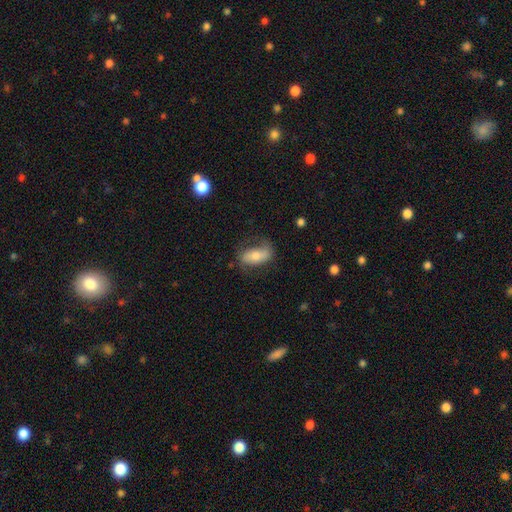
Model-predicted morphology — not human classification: A smooth galaxy with no disk features (50%) that is in between round and cigar-shaped (86%).

Vote fractions:
- Smooth or featured? smooth: 50% / featured or disk: 41% / star or artifact: 8%
- How rounded? in between: 86% / cigar-shaped: 9% / round: 6%
- Merging? none: 56% / minor disturbance: 25% / major disturbance: 16% / merger: 2%